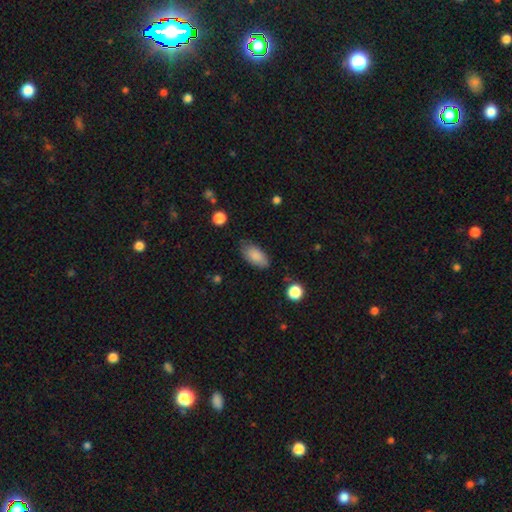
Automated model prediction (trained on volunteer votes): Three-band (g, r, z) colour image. It shows a smooth galaxy with no disk features (86%) that is in between round and cigar-shaped (92%). Merging: none (76%).